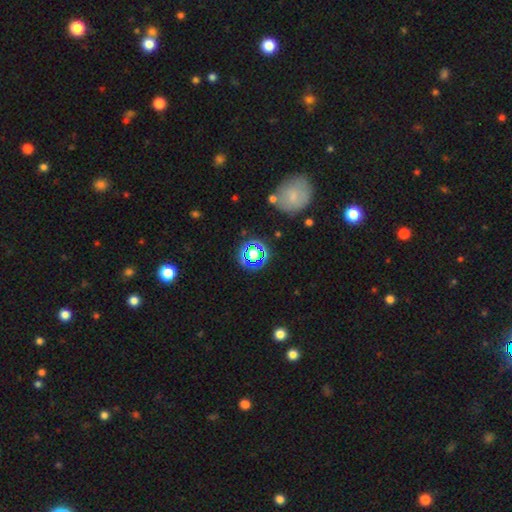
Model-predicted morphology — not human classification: The model was most divided on "smooth or featured": star or artifact: 55%, smooth: 32%, featured or disk: 12%.